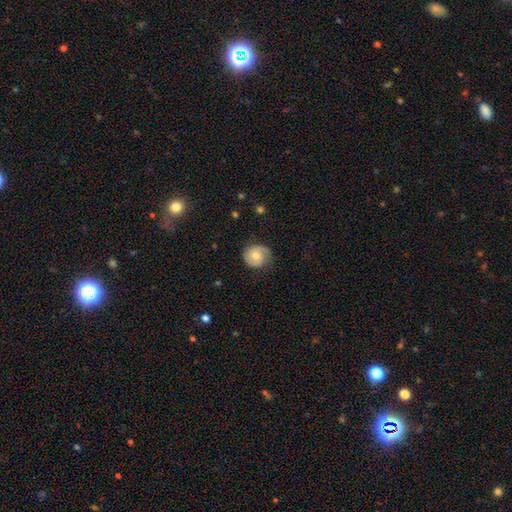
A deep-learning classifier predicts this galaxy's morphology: smooth_or_featured: featured or disk (p=0.53) [alt: smooth p=0.40]
disk_edge_on: no (p=0.97) [alt: yes p=0.03]
bar: no (p=0.71) [alt: weak p=0.25]
has_spiral_arms: yes (p=0.88) [alt: no p=0.12]
bulge_size: moderate (p=0.58) [alt: small p=0.35]
merging: none (p=0.71) [alt: minor disturbance p=0.21]